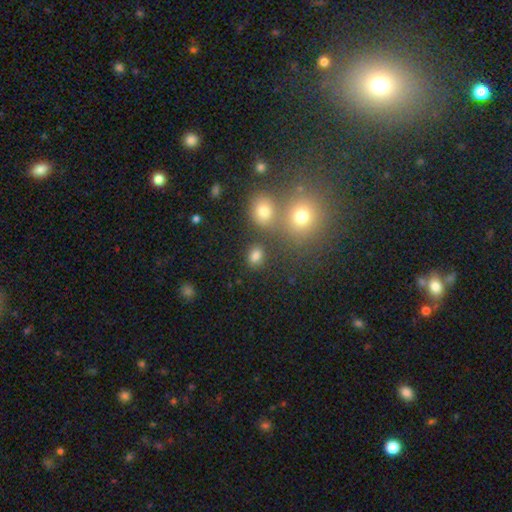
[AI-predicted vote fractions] A smooth galaxy with no disk features (79%) that is round (51%). Merging: none (77%).